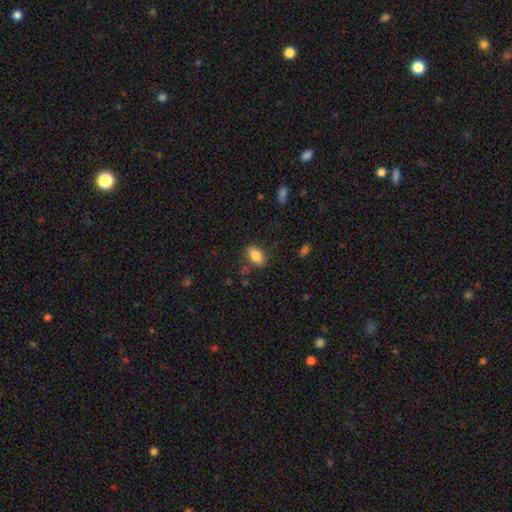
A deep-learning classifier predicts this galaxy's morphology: Overall: smooth (83%). How rounded: in between (87%). Merging: none (81%).